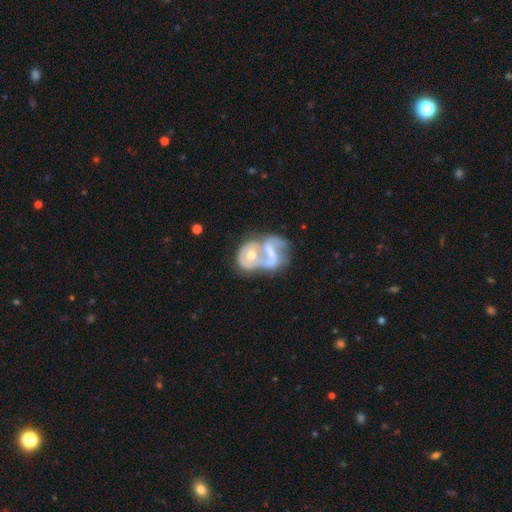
Overall: featured or disk (73%). Edge-on disk: no (100%). Bar: weak (44%; strong 33%). Spiral arms: yes (74%). Spiral arm count: 2 (85%). Spiral winding: loose (75%). Bulge size: moderate (44%; none 30%). Merging: merger (73%).